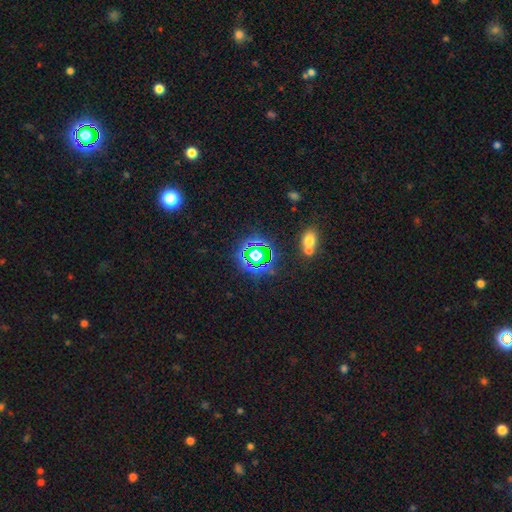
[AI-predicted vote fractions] Smooth or featured? star or artifact (69%)